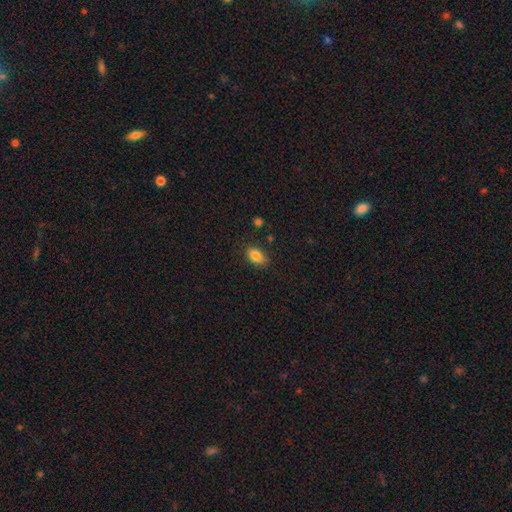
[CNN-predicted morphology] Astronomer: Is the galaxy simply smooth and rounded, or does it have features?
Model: smooth — 85%.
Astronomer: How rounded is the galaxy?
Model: in between — 88%.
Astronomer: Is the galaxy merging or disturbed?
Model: none — 82%.